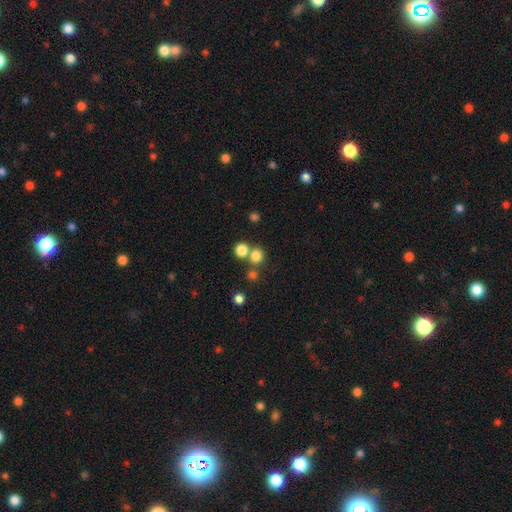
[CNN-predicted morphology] Smooth or featured?
  - smooth: 78% *
  - star or artifact: 16%
  - featured or disk: 7%
How rounded?
  - round: 88% *
  - in between: 11%
  - cigar-shaped: 1%
Merging?
  - none: 64% *
  - merger: 27%
  - minor disturbance: 7%
  - major disturbance: 3%